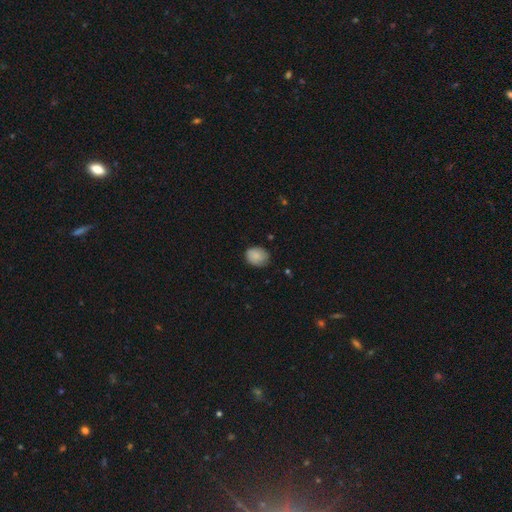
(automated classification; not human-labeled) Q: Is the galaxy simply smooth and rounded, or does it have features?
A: smooth — 84%.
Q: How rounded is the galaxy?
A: in between — 52%.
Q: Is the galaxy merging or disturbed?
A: none — 73%.